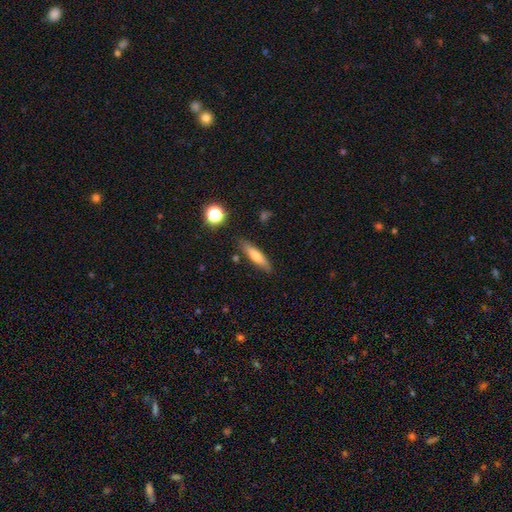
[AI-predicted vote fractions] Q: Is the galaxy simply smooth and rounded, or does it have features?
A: smooth — 69%.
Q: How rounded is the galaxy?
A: cigar-shaped — 78%.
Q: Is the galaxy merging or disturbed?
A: none — 84%.